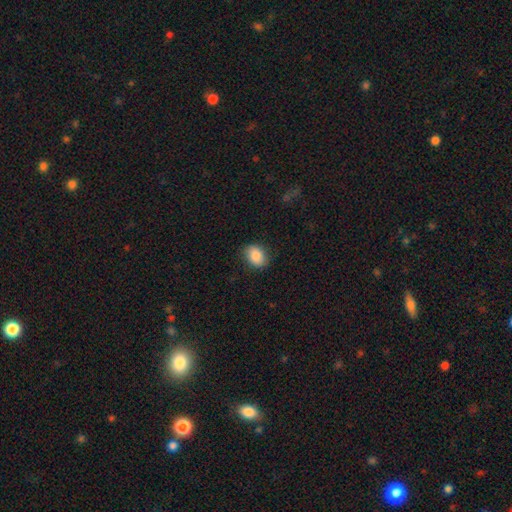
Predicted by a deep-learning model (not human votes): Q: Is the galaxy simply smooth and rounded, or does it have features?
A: smooth — 86%.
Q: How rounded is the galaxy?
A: in between — 68%.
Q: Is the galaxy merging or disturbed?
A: none — 84%.